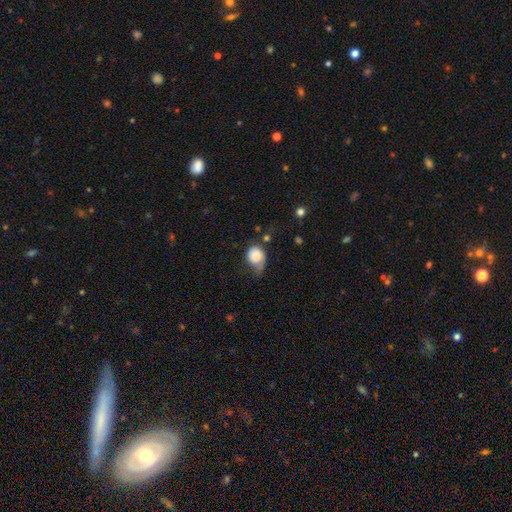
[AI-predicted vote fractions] Morphology: type=smooth (82%); roundness=round (55%); merging=minor disturbance (42%).